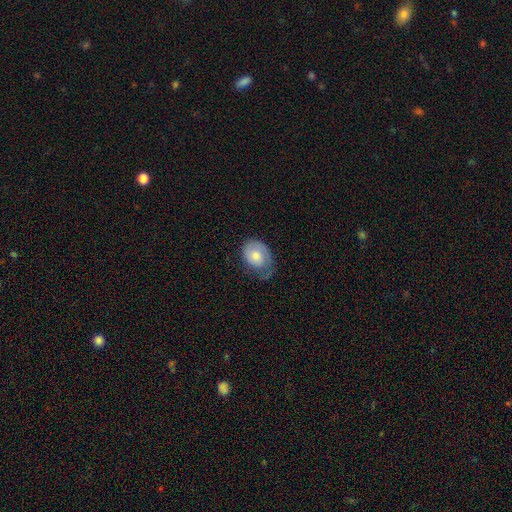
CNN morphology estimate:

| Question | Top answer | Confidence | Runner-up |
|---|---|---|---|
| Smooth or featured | smooth | 64% | featured or disk (29%) |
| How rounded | in between | 62% | round (37%) |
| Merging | none | 38% | minor disturbance (35%) |